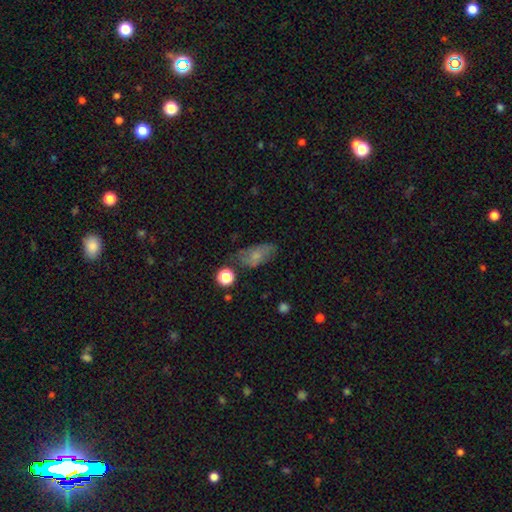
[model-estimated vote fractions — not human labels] Overall: smooth (65%). How rounded: in between (87%). Merging: none (58%; minor disturbance 27%).